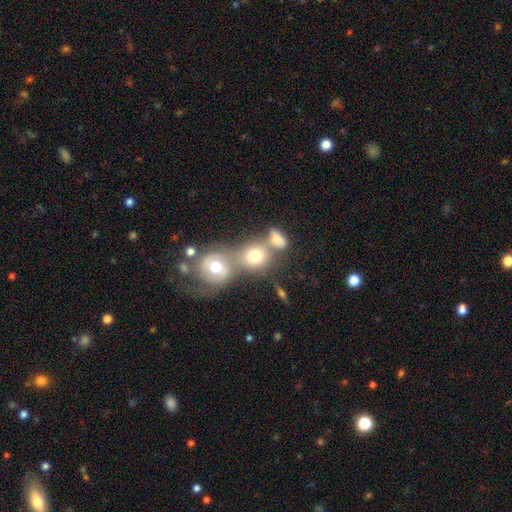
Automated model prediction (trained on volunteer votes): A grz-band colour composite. It shows a smooth galaxy with no disk features (60%) that is round (71%). Merging: merger (59%).